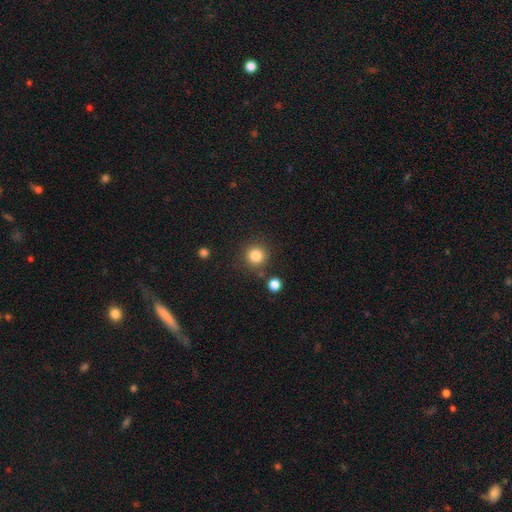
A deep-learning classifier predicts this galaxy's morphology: Smooth or featured? Predicted: smooth (p=0.83). How rounded? Predicted: round (p=0.93). Merging? Predicted: none (p=0.84).